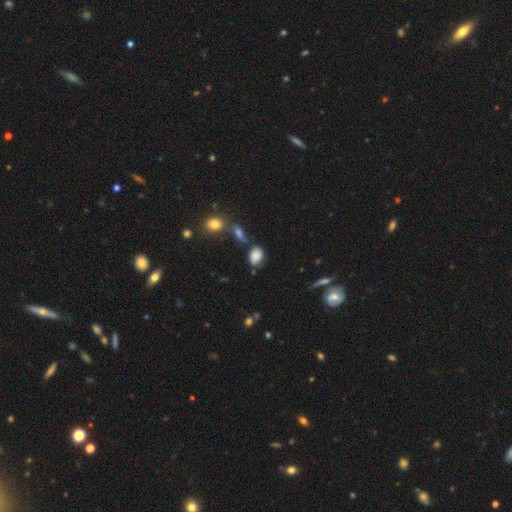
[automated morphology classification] smooth 80%, star or artifact 11%, featured or disk 9%. Down the decision tree: how rounded — in between (78%); merging — none (56%).